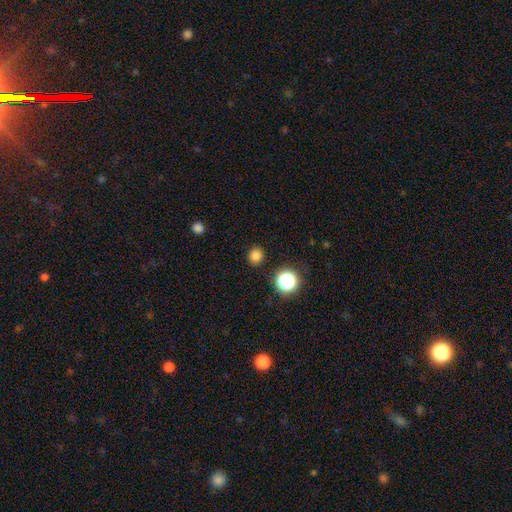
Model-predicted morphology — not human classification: Smooth or featured: smooth — 81% (star or artifact — 15%)
How rounded: round — 84% (in between — 15%)
Merging: none — 90% (minor disturbance — 7%)